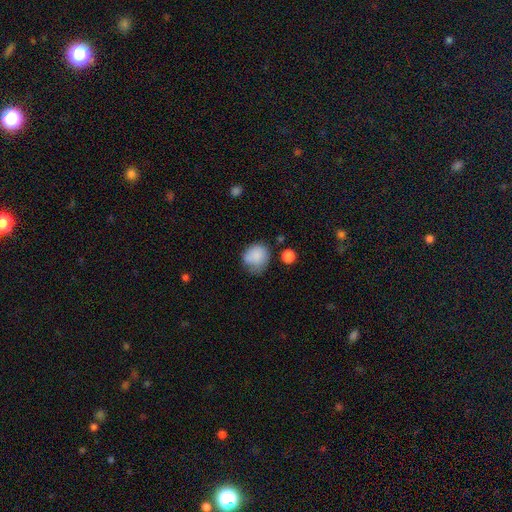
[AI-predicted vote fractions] Q: Smooth or featured?
A: smooth (84%); runner-up: featured or disk (8%)
Q: How rounded?
A: round (70%); runner-up: in between (29%)
Q: Merging?
A: none (50%); runner-up: minor disturbance (33%)